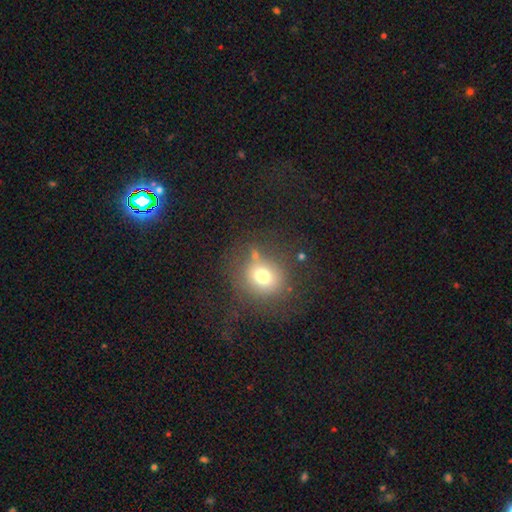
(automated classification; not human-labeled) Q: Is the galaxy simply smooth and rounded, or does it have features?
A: smooth — 71%.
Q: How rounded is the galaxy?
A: round — 80%.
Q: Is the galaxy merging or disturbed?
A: none — 67%.